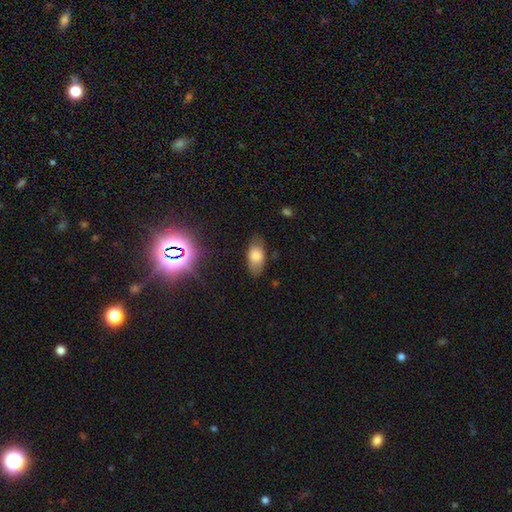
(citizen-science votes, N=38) Morphology: type=smooth (84%); roundness=in between (91%); merging=none (83%).